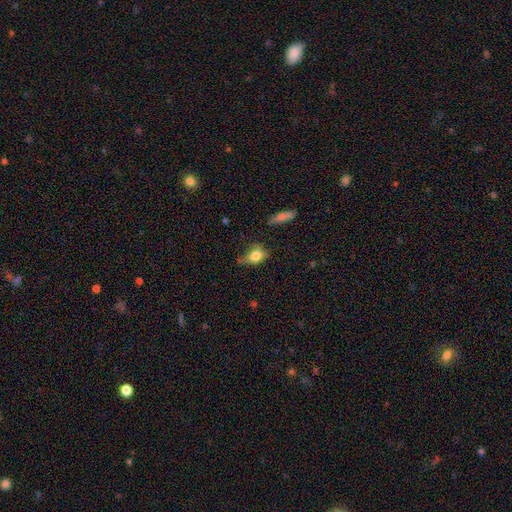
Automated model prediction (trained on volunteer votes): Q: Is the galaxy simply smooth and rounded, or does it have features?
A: smooth — 79%.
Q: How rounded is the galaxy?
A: in between — 73%.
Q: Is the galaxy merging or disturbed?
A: none — 47%.